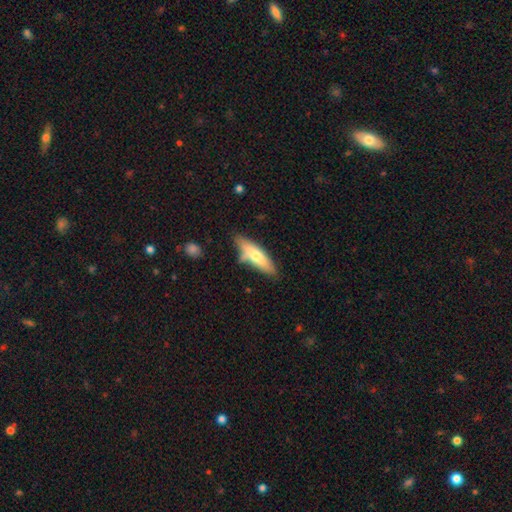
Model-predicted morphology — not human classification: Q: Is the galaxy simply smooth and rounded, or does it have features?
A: smooth — 62%.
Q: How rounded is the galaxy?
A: cigar-shaped — 60%.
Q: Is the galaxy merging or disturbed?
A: none — 67%.